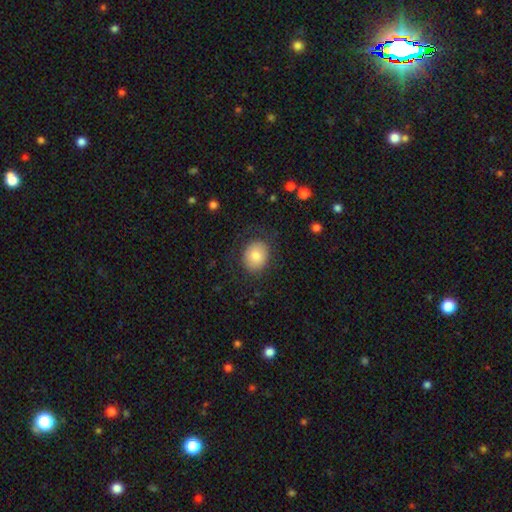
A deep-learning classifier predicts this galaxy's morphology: smooth 79%, featured or disk 13%, star or artifact 8%. Down the decision tree: how rounded — round (58%); merging — none (77%).